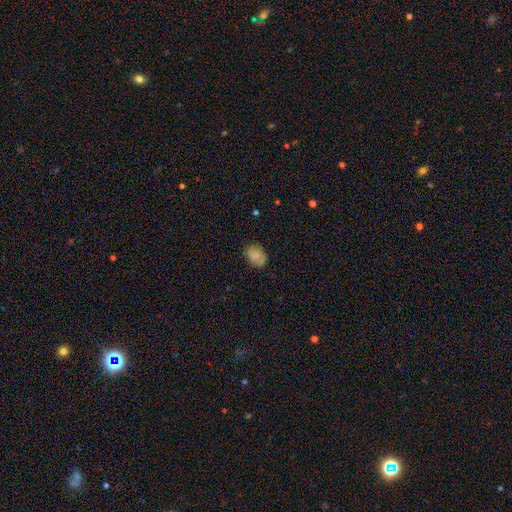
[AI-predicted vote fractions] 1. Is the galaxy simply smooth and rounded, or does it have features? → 73% smooth, 17% featured or disk, 9% star or artifact.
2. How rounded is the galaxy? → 63% in between, 36% round, 1% cigar-shaped.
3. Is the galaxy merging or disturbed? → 77% none, 18% minor disturbance, 4% major disturbance, 1% merger.